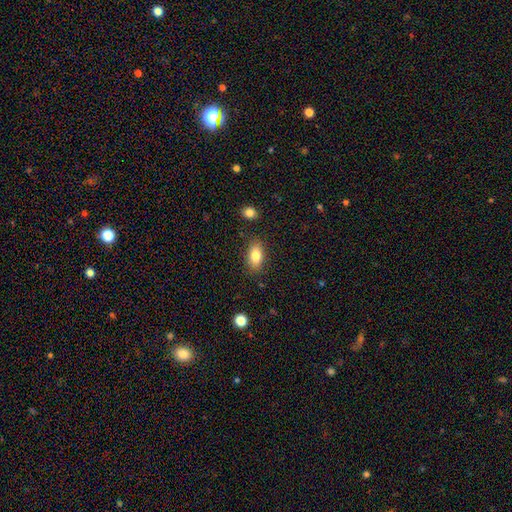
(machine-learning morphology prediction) This is clearly a smooth galaxy (83%). How rounded: clearly in between (88%). Merging: clearly none (84%).